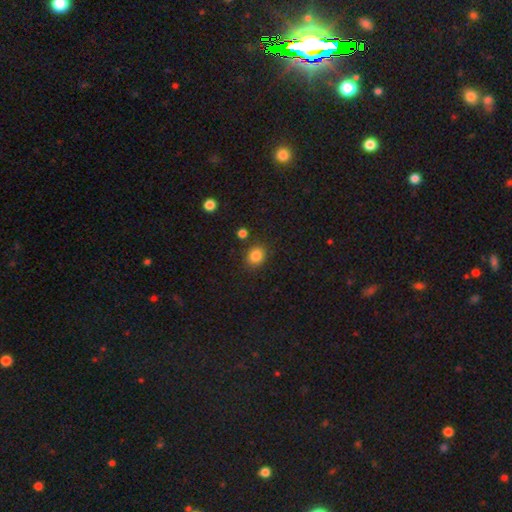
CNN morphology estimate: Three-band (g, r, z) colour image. It shows a smooth galaxy with no disk features (84%) that is round (66%). Merging: none (84%).